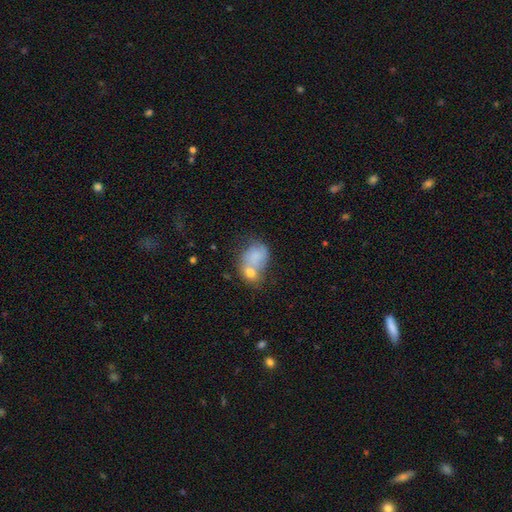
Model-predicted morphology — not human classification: Smooth or featured?
  - smooth: 69% *
  - featured or disk: 23%
  - star or artifact: 8%
How rounded?
  - in between: 63% *
  - round: 36%
  - cigar-shaped: 1%
Merging?
  - merger: 59% *
  - none: 19%
  - minor disturbance: 13%
  - major disturbance: 9%